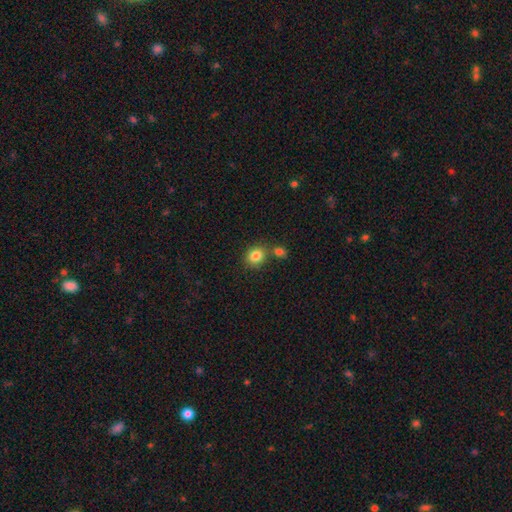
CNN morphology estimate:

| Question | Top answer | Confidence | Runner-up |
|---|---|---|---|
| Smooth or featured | smooth | 84% | star or artifact (10%) |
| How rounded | round | 70% | in between (29%) |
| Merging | none | 67% | merger (20%) |